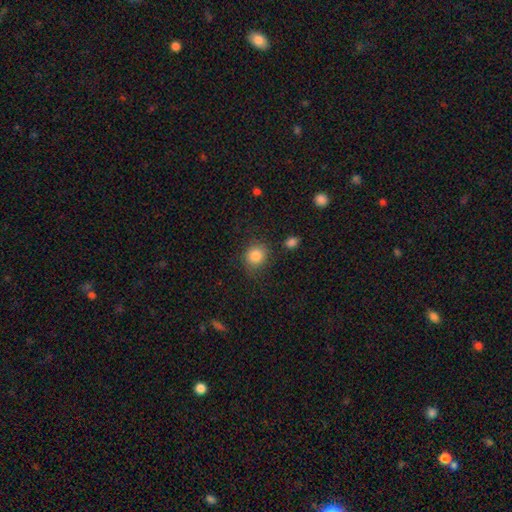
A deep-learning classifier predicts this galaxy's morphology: Smooth or featured? smooth (85%)
How rounded? round (81%)
Merging? none (81%)